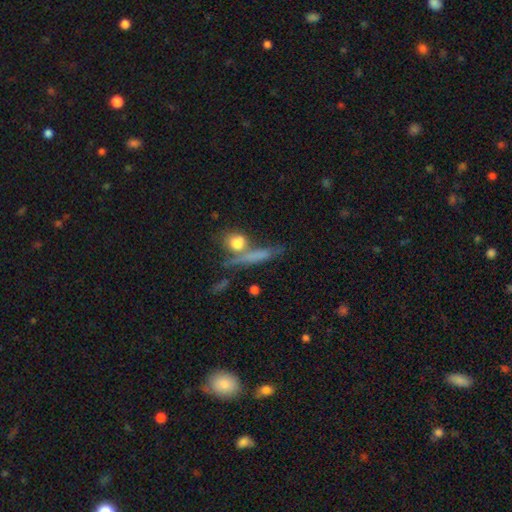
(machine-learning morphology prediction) This is likely a smooth galaxy (60%). How rounded: likely cigar-shaped (61%). Merging: possibly none (55%).